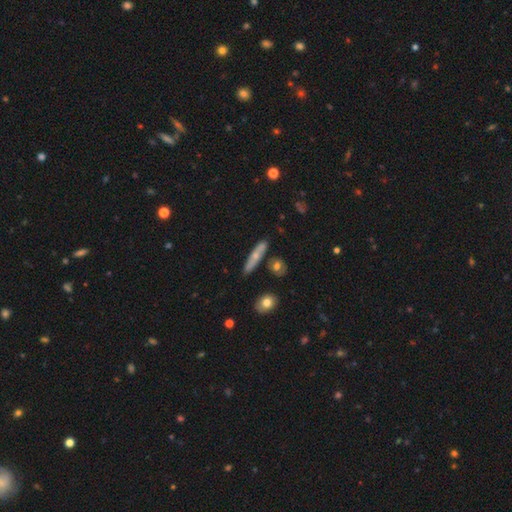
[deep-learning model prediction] The model was most divided on "smooth or featured": smooth: 55%, featured or disk: 37%, star or artifact: 9%. More confident: how rounded — cigar-shaped (84%); merging — none (76%).